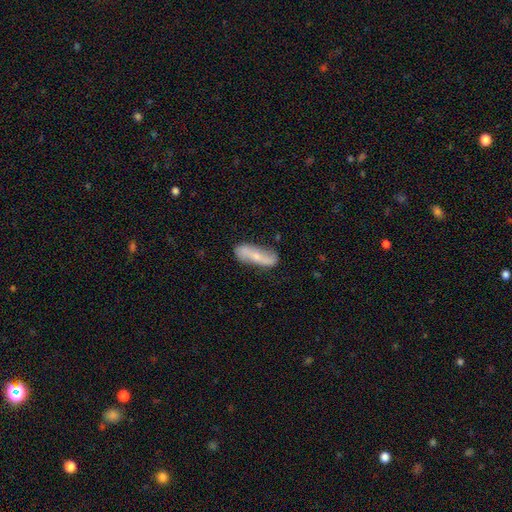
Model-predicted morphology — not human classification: featured or disk 55%, smooth 39%, star or artifact 6%. Down the decision tree: edge-on disk — no (77%); merging — none (74%).